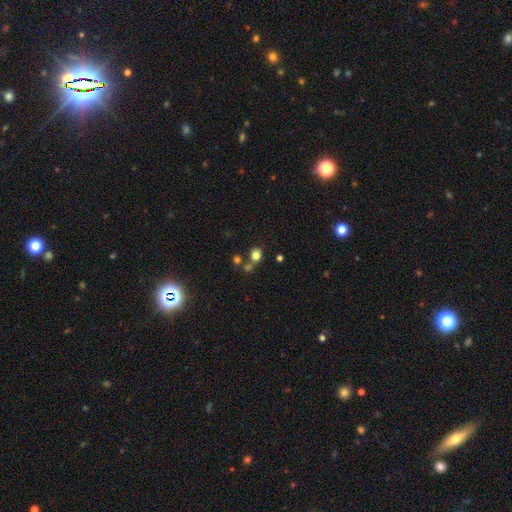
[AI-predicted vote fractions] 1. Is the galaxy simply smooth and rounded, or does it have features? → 78% smooth, 15% star or artifact, 7% featured or disk.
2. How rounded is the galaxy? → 83% round, 16% in between, 1% cigar-shaped.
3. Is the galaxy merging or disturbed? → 62% none, 25% merger, 9% minor disturbance, 4% major disturbance.